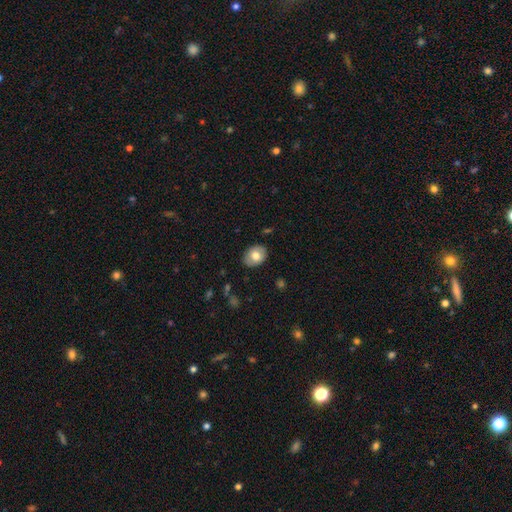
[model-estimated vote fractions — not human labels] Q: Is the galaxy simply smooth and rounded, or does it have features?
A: smooth — 73%.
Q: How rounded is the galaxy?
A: in between — 61%.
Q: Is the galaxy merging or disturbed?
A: none — 86%.